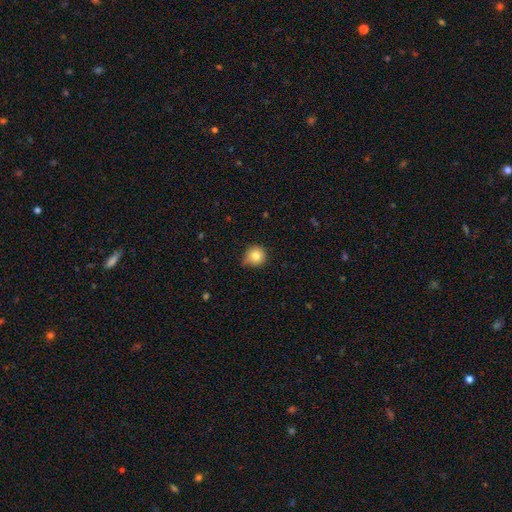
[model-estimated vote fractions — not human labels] Morphology: type=smooth (81%); roundness=round (92%); merging=none (63%).